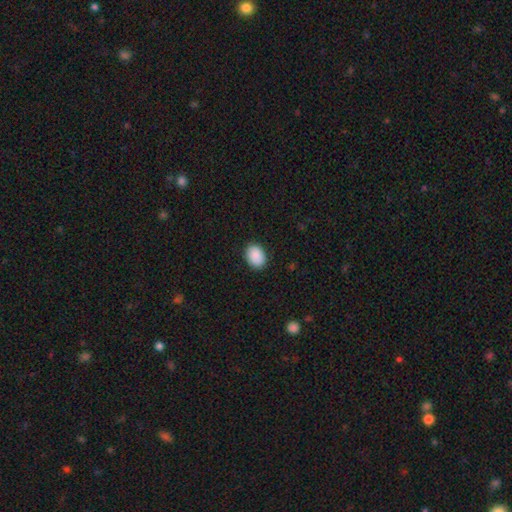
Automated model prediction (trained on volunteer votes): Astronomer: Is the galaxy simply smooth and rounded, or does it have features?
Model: smooth — 90%.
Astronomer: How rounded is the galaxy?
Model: in between — 71%.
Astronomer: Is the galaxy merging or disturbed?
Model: none — 87%.